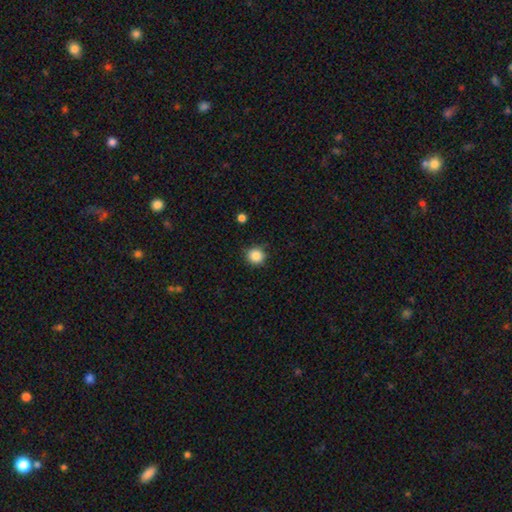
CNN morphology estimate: smooth-or-featured: smooth: 87% | star or artifact: 10% | featured or disk: 4%
  how-rounded: round: 92% | in between: 7% | cigar-shaped: 1%
  merging: none: 88% | minor disturbance: 8% | major disturbance: 2% | merger: 1%